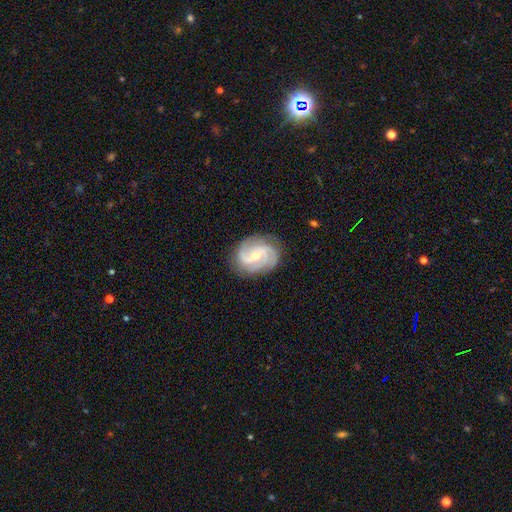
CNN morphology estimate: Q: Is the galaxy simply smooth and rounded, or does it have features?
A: featured or disk — 89%.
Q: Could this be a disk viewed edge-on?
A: no — 98%.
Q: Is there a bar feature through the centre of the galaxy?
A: weak — 43%, tied with no.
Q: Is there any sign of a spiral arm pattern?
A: yes — 98%.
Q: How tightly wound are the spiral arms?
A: medium — 47%.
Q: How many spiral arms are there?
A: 3 — 48%.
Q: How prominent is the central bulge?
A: small — 52%.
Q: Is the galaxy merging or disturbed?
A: none — 82%.